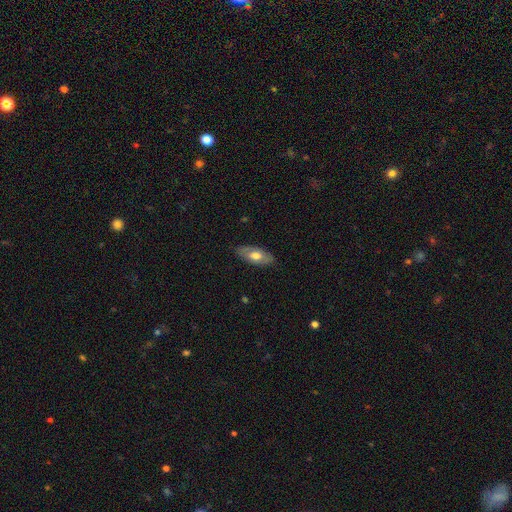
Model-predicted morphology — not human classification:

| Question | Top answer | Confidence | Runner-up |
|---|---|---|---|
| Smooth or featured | smooth | 58% | featured or disk (36%) |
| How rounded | in between | 89% | cigar-shaped (8%) |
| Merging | none | 82% | minor disturbance (14%) |